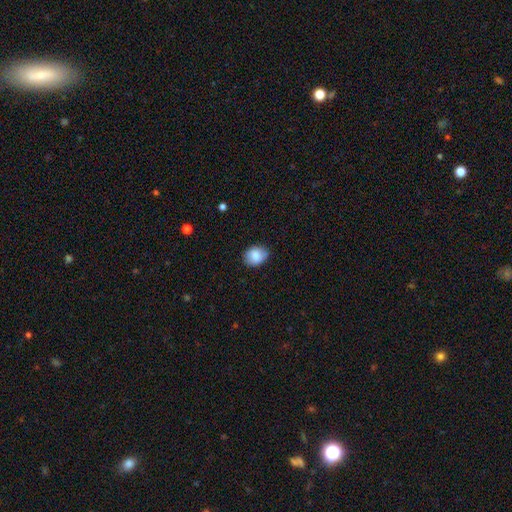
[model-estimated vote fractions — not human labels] smooth 85%, featured or disk 8%, star or artifact 7%. Down the decision tree: how rounded — in between (56%); merging — none (83%).